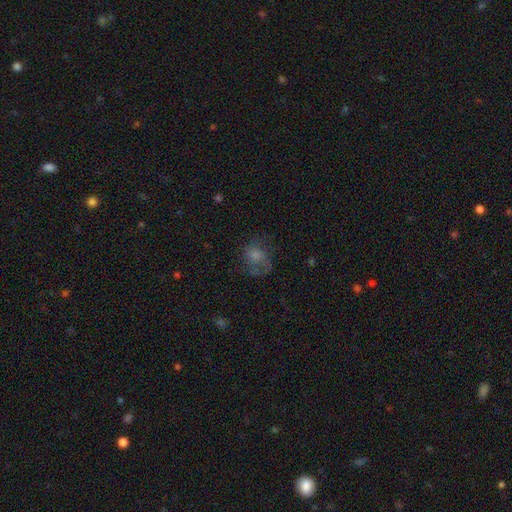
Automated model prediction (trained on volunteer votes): This is possibly a smooth galaxy (52%). How rounded: possibly round (58%). Merging: possibly none (46%).